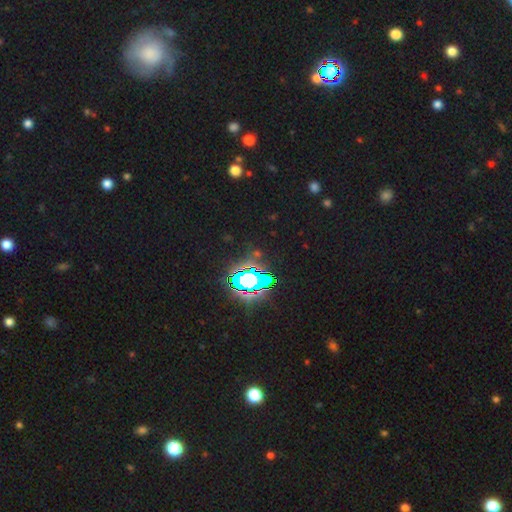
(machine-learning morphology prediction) Smooth or featured? star or artifact (74%)